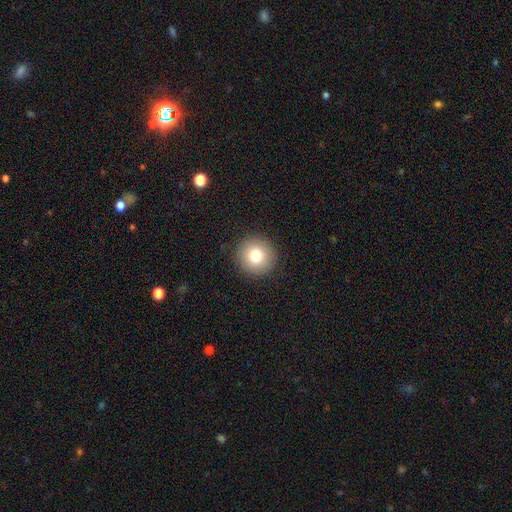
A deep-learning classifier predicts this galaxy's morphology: The model was most divided on "smooth or featured": smooth: 79%, featured or disk: 11%, star or artifact: 11%. More confident: how rounded — round (96%); merging — none (92%).